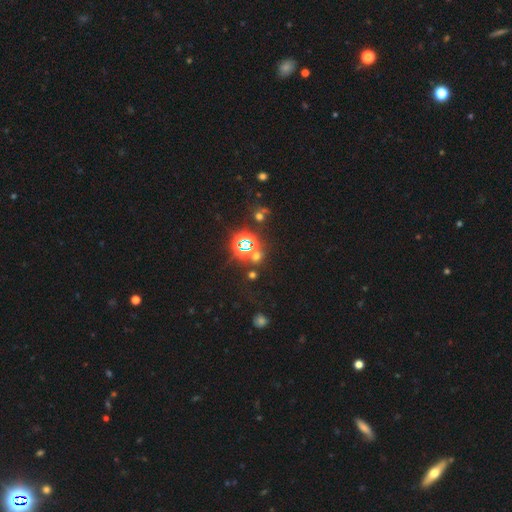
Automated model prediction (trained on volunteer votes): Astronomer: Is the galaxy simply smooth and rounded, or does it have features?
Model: star or artifact — 62%.